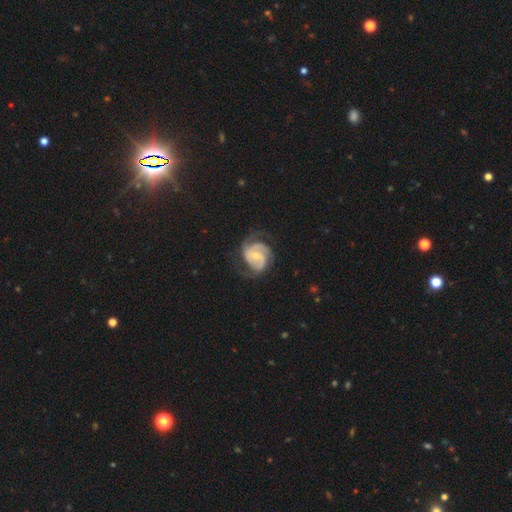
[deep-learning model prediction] smooth-or-featured: featured or disk: 87% | smooth: 8% | star or artifact: 4%
  disk-edge-on: no: 98% | yes: 2%
    bar: no: 46% | weak: 41% | strong: 13%
    has-spiral-arms: yes: 97% | no: 3%
      spiral-winding: tight: 47% | medium: 42% | loose: 11%
      spiral-arm-count: 2: 43% | 3: 33% | can't tell: 11% | 4: 5% | 1: 4% | more than 4: 3%
    bulge-size: small: 50% | moderate: 45% | none: 2% | large: 2% | dominant: 1%
  merging: none: 63% | minor disturbance: 21% | major disturbance: 14% | merger: 1%